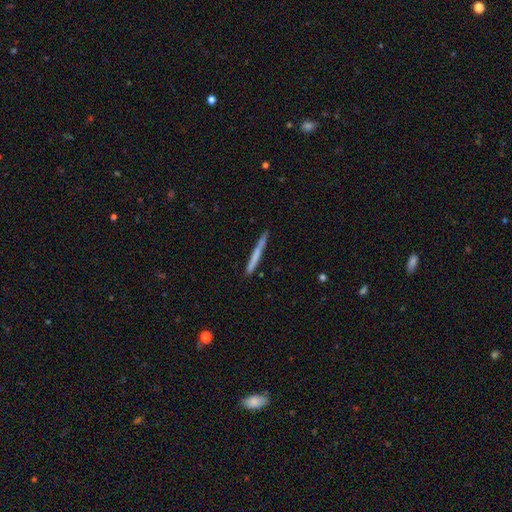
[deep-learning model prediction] This appears to be a smooth galaxy with no disk features (62%) that is cigar-shaped (97%). Merging: none (89%).